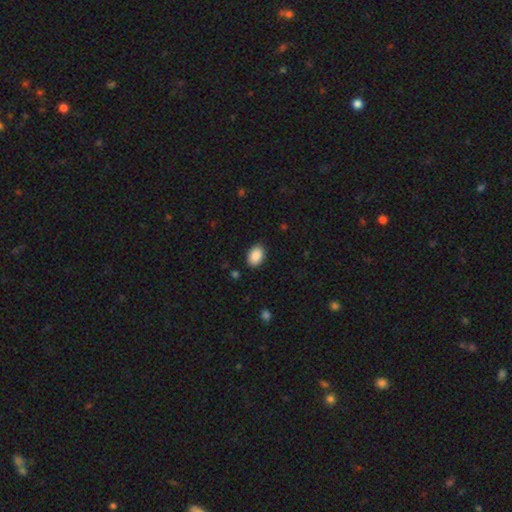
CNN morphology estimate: A smooth galaxy with no disk features (90%) that is in between round and cigar-shaped (86%).

Vote fractions:
- Smooth or featured? smooth: 90% / star or artifact: 7% / featured or disk: 3%
- How rounded? in between: 86% / round: 13% / cigar-shaped: 1%
- Merging? none: 88% / minor disturbance: 9% / major disturbance: 2% / merger: 1%